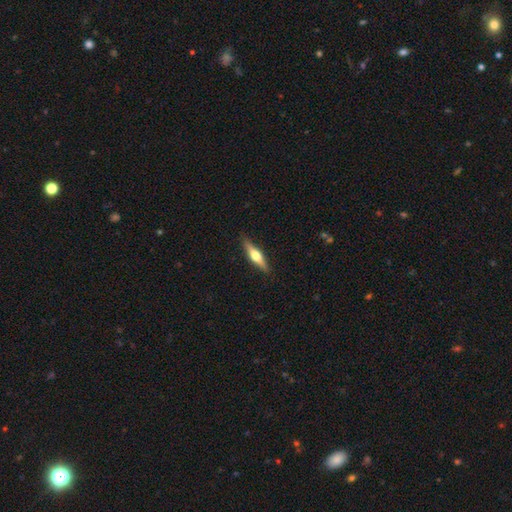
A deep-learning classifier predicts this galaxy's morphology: smooth_or_featured: featured or disk (p=0.57) [alt: smooth p=0.38]
disk_edge_on: yes (p=0.96) [alt: no p=0.04]
edge_on_bulge: rounded (p=0.94) [alt: boxy p=0.03]
merging: none (p=0.89) [alt: minor disturbance p=0.08]